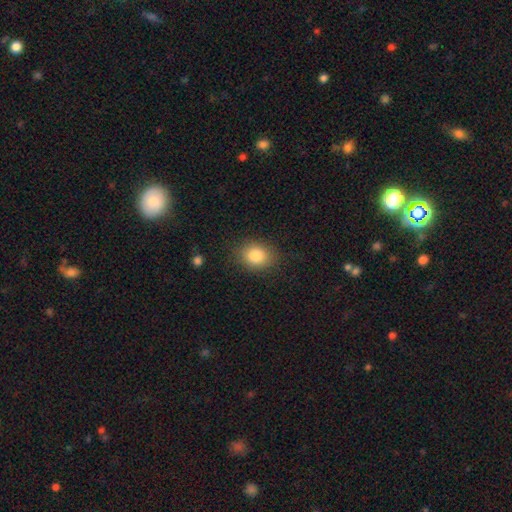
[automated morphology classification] Smooth or featured?
  - smooth: 83% *
  - star or artifact: 9%
  - featured or disk: 7%
How rounded?
  - in between: 51% *
  - round: 48%
  - cigar-shaped: 1%
Merging?
  - none: 85% *
  - minor disturbance: 11%
  - major disturbance: 3%
  - merger: 1%